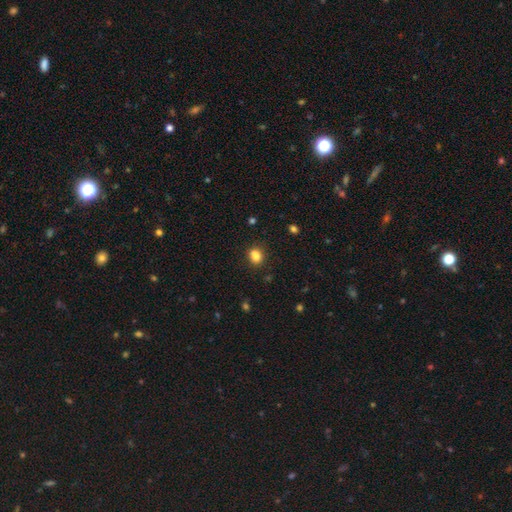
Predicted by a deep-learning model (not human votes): Smooth or featured?
  - smooth: 84% *
  - star or artifact: 11%
  - featured or disk: 5%
How rounded?
  - in between: 51% *
  - round: 48%
  - cigar-shaped: 1%
Merging?
  - none: 79% *
  - minor disturbance: 12%
  - merger: 5%
  - major disturbance: 3%